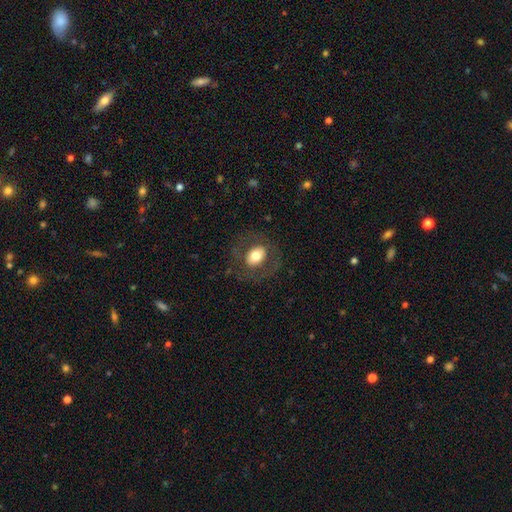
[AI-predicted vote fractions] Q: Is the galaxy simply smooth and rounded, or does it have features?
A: smooth — 63%.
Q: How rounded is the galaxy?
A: in between — 61%.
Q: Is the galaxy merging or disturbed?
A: none — 76%.